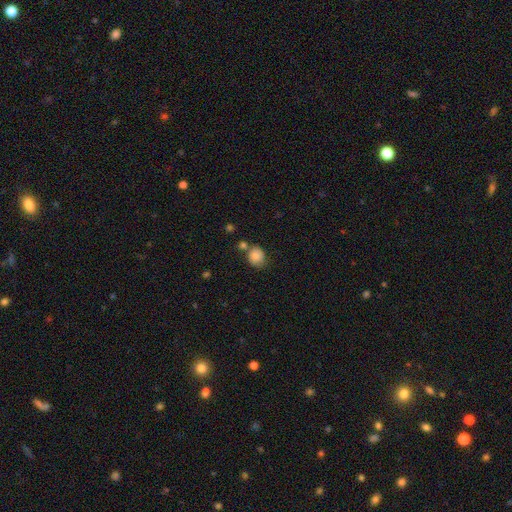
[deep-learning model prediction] A smooth galaxy with no disk features (84%) that is round (73%). Merging: none (58%).